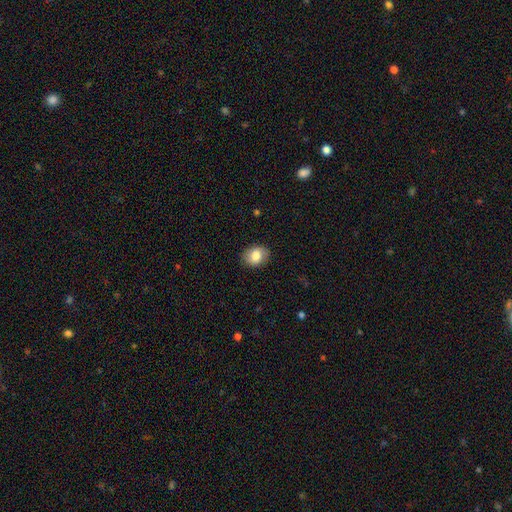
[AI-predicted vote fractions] The model was most divided on "how rounded": in between: 65%, round: 34%, cigar-shaped: 1%. More confident: merging — none (87%); smooth or featured — smooth (81%).